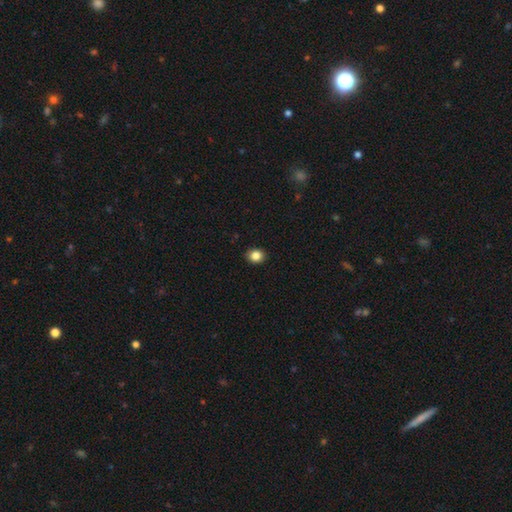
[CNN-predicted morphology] This appears to be a smooth galaxy with no disk features (85%) that is round (61%). Merging: none (91%).